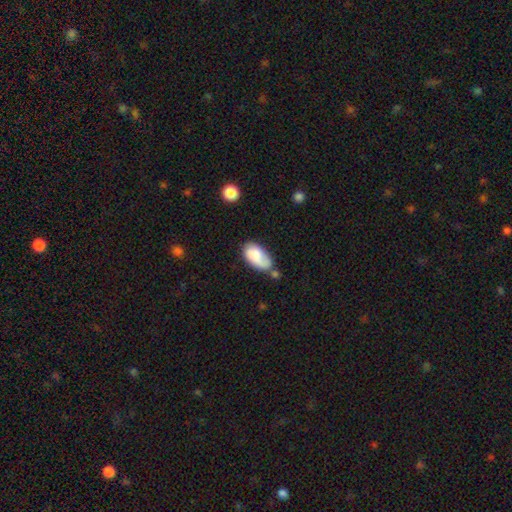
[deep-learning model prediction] Smooth or featured? Predicted: smooth (p=0.75). How rounded? Predicted: in between (p=0.95). Merging? Predicted: none (p=0.47).